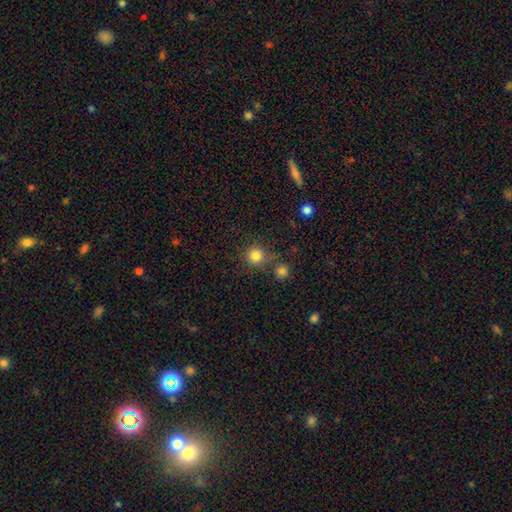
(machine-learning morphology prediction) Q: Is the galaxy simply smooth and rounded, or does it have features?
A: smooth — 82%.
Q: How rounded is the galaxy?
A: round — 93%.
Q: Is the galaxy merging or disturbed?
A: none — 73%.